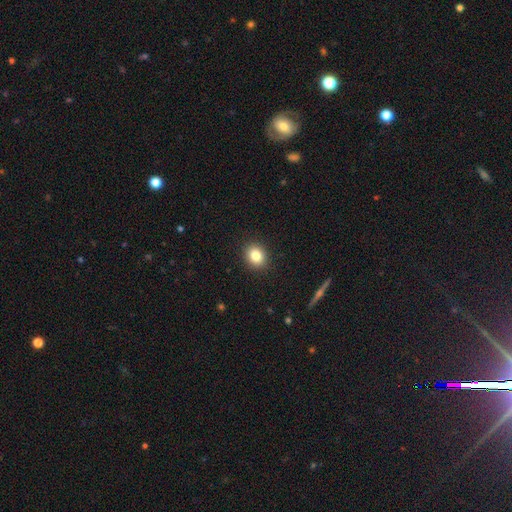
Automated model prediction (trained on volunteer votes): smooth_or_featured: smooth (p=0.83) [alt: star or artifact p=0.10]
how_rounded: round (p=0.63) [alt: in between p=0.36]
merging: none (p=0.91) [alt: minor disturbance p=0.06]